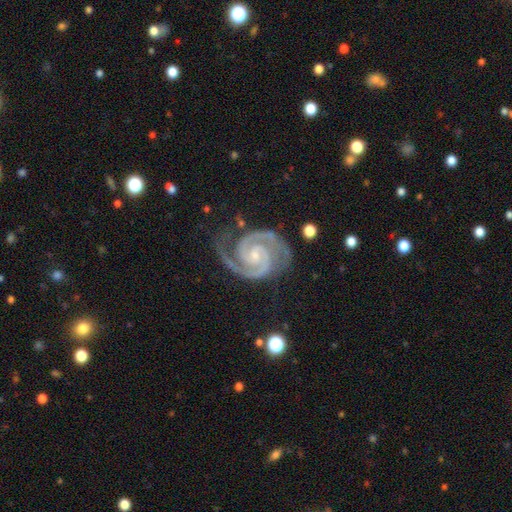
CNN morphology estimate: Smooth or featured? Predicted: featured or disk (p=0.95). Edge-on disk? Predicted: no (p=0.98). Bar? Predicted: no (p=0.60). Spiral arms? Predicted: yes (p=0.99). Spiral winding? Predicted: tight (p=0.64). Spiral arm count? Predicted: 2 (p=0.92). Bulge size? Predicted: small (p=0.69). Merging? Predicted: none (p=0.76).